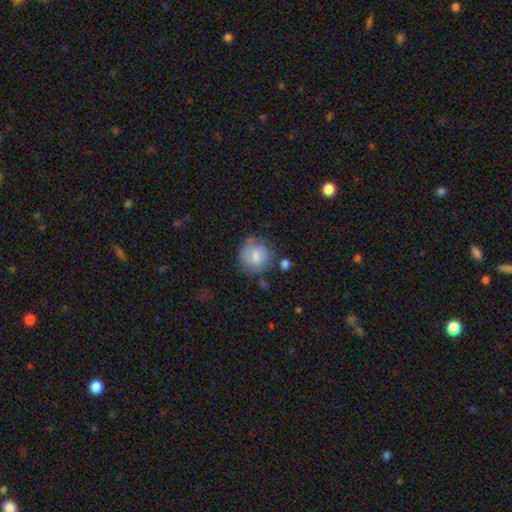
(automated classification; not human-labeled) smooth-or-featured: smooth: 68% | featured or disk: 24% | star or artifact: 7%
  how-rounded: round: 87% | in between: 13% | cigar-shaped: 1%
  merging: none: 61% | minor disturbance: 24% | major disturbance: 9% | merger: 6%